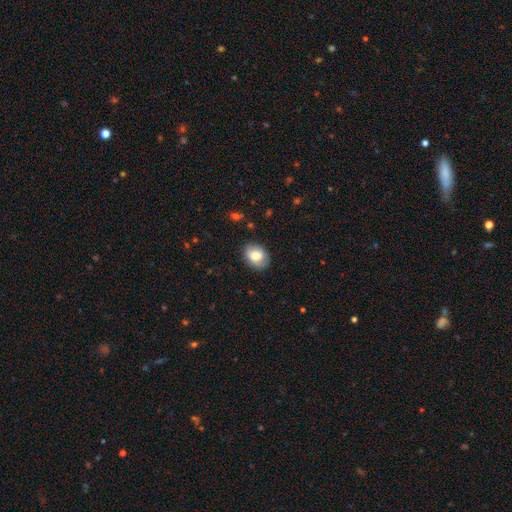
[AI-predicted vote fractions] A smooth galaxy with no disk features (77%) that is in between round and cigar-shaped (69%).

Vote fractions:
- Smooth or featured? smooth: 77% / featured or disk: 15% / star or artifact: 8%
- How rounded? in between: 69% / round: 30% / cigar-shaped: 1%
- Merging? none: 81% / minor disturbance: 15% / major disturbance: 3% / merger: 1%